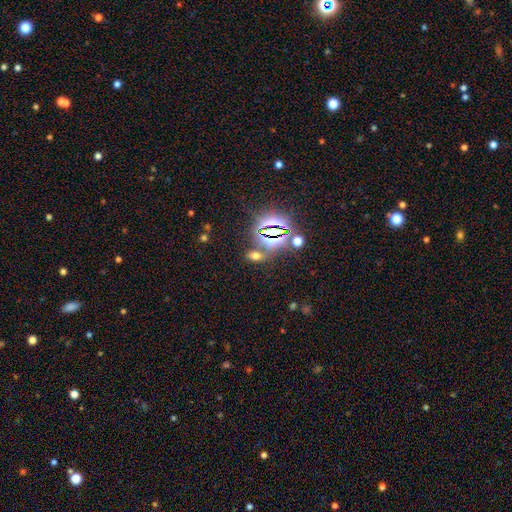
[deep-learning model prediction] The model was most divided on "smooth or featured": smooth: 48%, star or artifact: 43%, featured or disk: 9%. More confident: merging — none (72%).